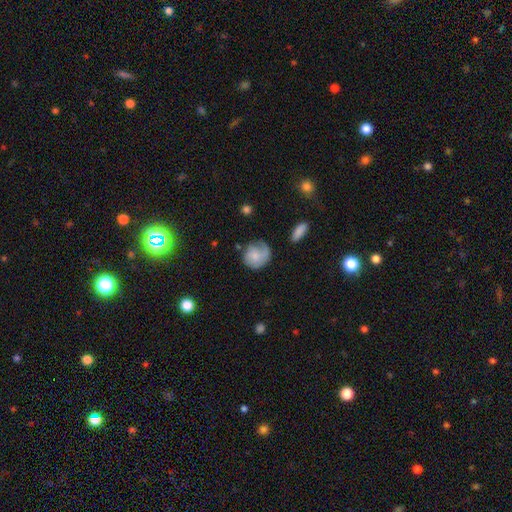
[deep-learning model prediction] This appears to be a smooth galaxy with no disk features (63%) that is round (79%). Merging: none (54%).